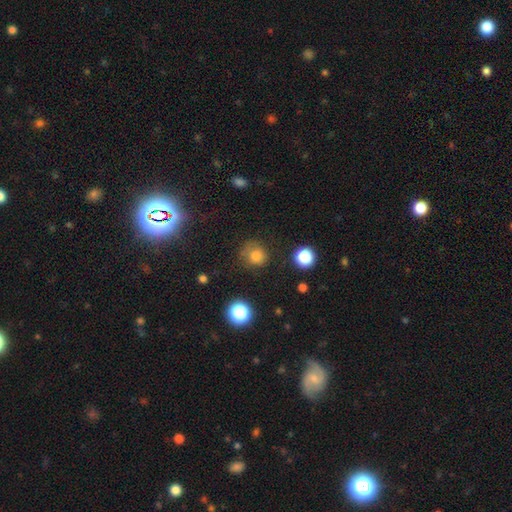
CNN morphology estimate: This appears to be a smooth galaxy with no disk features (75%) that is round (87%). Merging: none (69%).